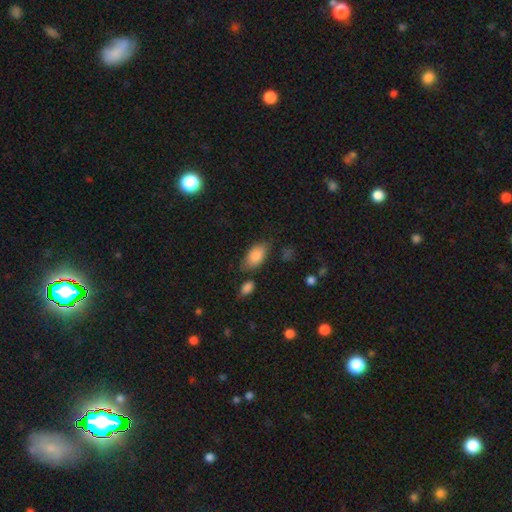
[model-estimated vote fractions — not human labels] This is clearly a smooth galaxy (85%). How rounded: clearly in between (93%). Merging: likely none (66%).